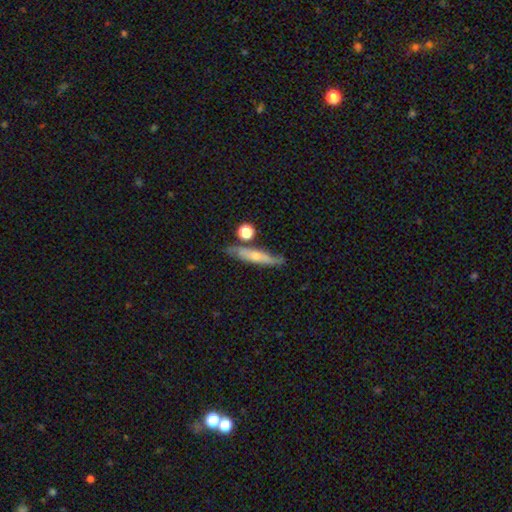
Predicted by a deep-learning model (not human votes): Q: Smooth or featured?
A: featured or disk (51%); runner-up: smooth (41%)
Q: Edge-on disk?
A: yes (72%); runner-up: no (28%)
Q: Merging?
A: none (69%); runner-up: minor disturbance (18%)